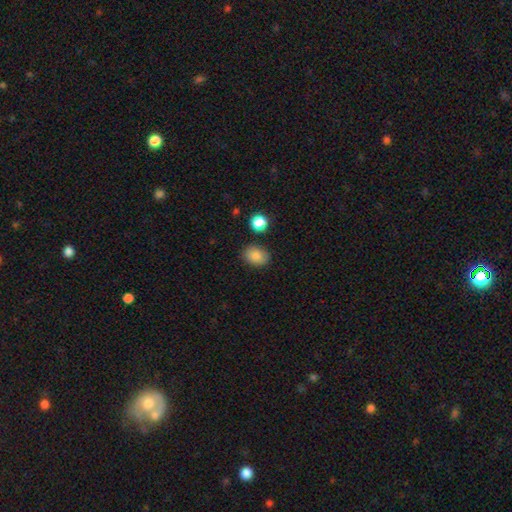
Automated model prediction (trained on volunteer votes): Q: Smooth or featured?
A: smooth (84%); runner-up: star or artifact (9%)
Q: How rounded?
A: in between (68%); runner-up: round (31%)
Q: Merging?
A: none (84%); runner-up: minor disturbance (11%)